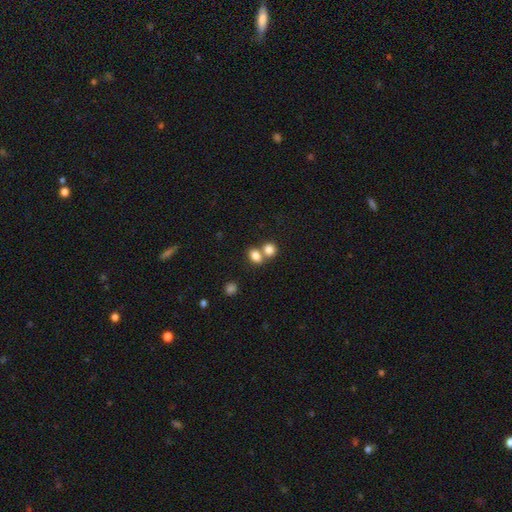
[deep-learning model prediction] Smooth or featured: smooth — 82% (star or artifact — 10%)
How rounded: in between — 55% (round — 44%)
Merging: merger — 49% (none — 41%)